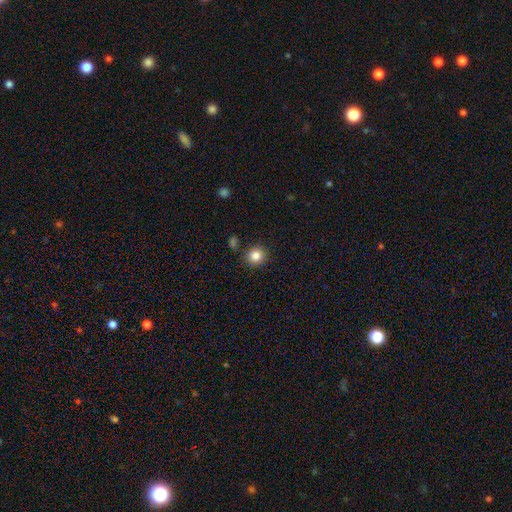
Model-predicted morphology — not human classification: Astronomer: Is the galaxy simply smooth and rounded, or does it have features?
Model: smooth — 85%.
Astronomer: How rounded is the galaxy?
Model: round — 87%.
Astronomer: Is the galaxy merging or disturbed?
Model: none — 84%.